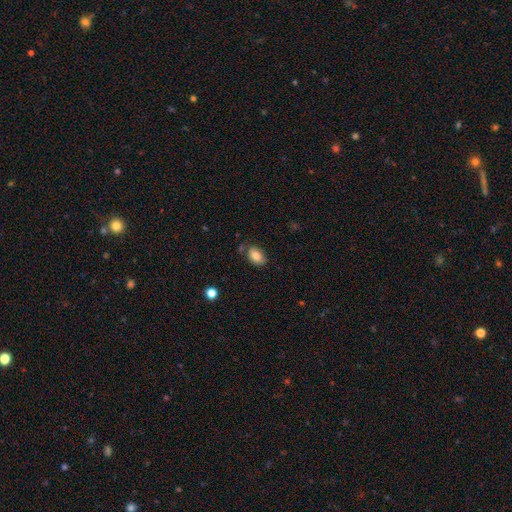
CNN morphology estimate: smooth-or-featured: smooth: 82% | featured or disk: 10% | star or artifact: 8%
  how-rounded: in between: 86% | round: 13% | cigar-shaped: 1%
  merging: none: 71% | minor disturbance: 18% | merger: 6% | major disturbance: 4%